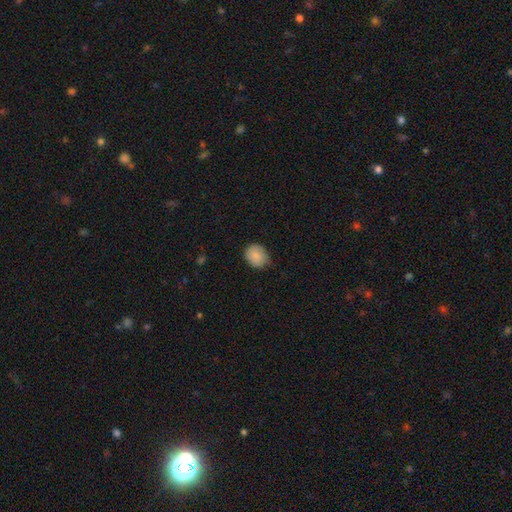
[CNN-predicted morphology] Overall: smooth (87%). How rounded: round (60%; in between 39%). Merging: none (69%).